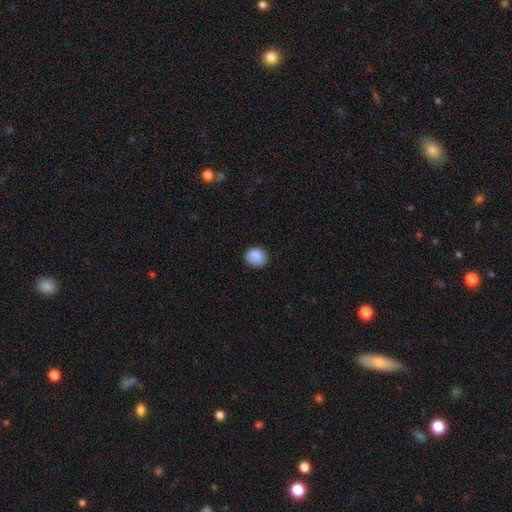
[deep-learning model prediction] A smooth galaxy with no disk features (87%) that is round (72%). Merging: none (83%).